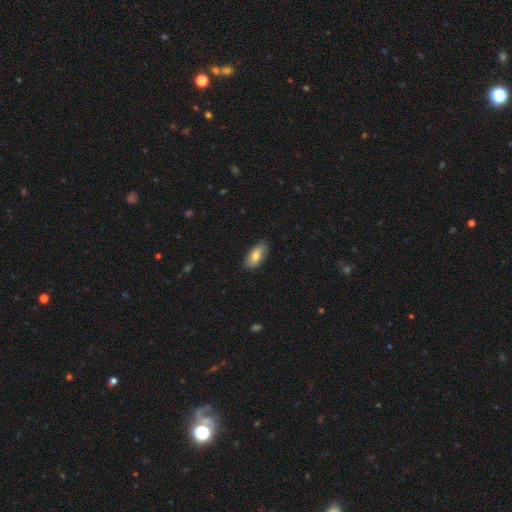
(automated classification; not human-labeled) This is likely a smooth galaxy (75%). How rounded: clearly in between (88%). Merging: clearly none (84%).